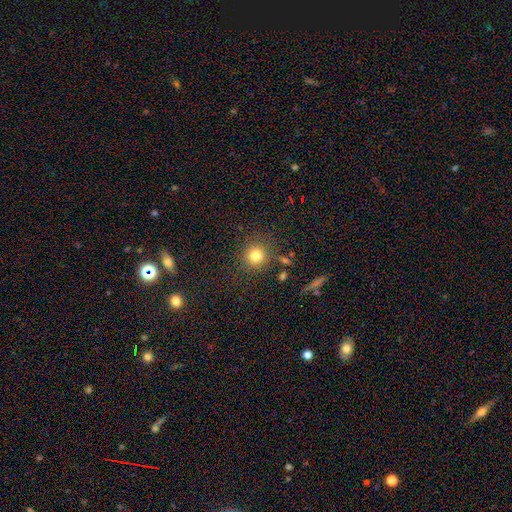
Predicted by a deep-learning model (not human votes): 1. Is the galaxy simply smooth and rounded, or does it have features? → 80% smooth, 13% star or artifact, 7% featured or disk.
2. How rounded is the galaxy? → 92% round, 6% in between, 1% cigar-shaped.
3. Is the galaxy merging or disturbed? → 84% none, 8% minor disturbance, 4% major disturbance, 4% merger.